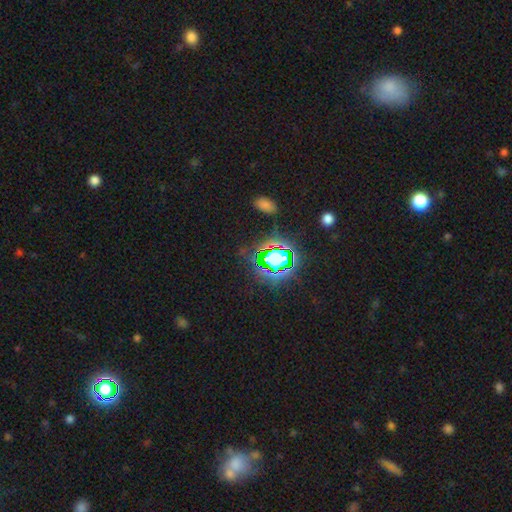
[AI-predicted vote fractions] Overall: star or artifact (78%).